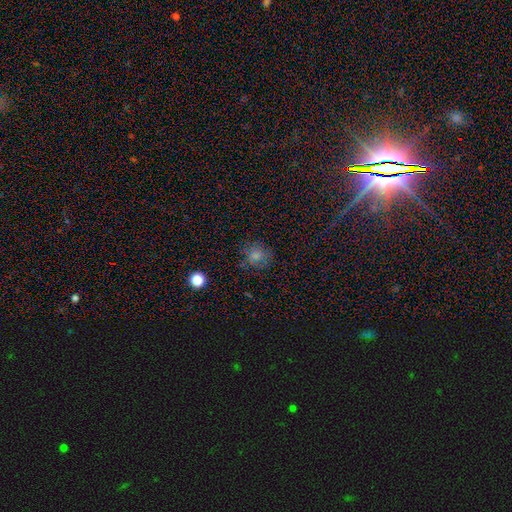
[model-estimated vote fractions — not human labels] This is possibly a smooth galaxy (60%). How rounded: clearly round (84%). Merging: likely none (76%).